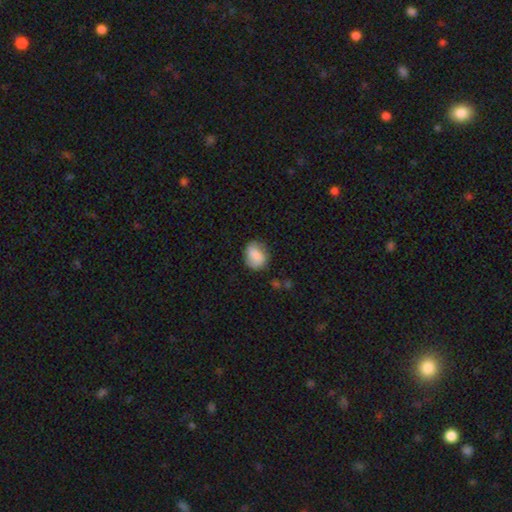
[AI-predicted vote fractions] Smooth or featured: smooth — 75% (featured or disk — 17%)
How rounded: in between — 52% (round — 47%)
Merging: none — 71% (minor disturbance — 21%)